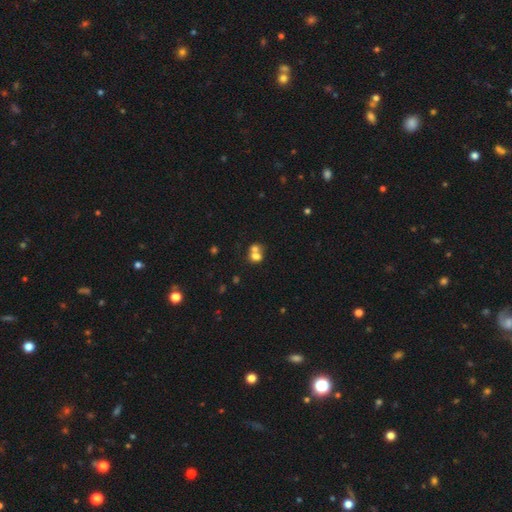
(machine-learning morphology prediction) Overall: smooth (68%). How rounded: round (62%; in between 37%). Merging: merger (63%; none 27%).